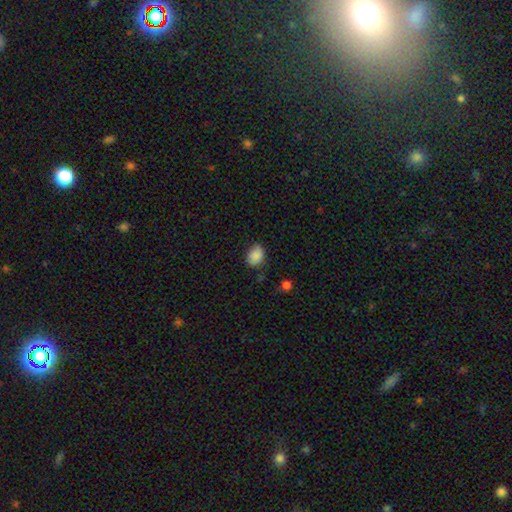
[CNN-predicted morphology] Smooth or featured? smooth (87%)
How rounded? in between (66%)
Merging? none (73%)